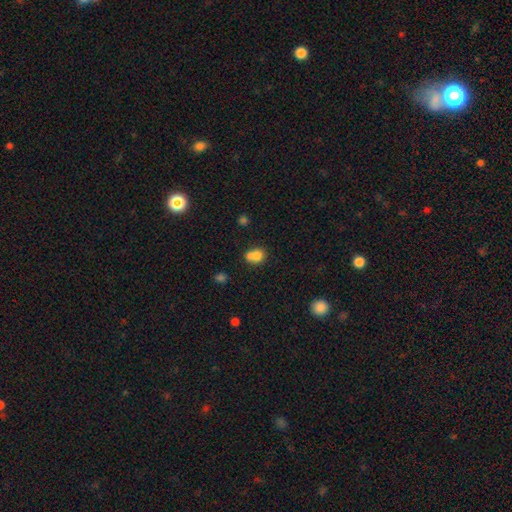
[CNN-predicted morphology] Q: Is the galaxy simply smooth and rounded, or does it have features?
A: smooth — 77%.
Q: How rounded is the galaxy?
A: round — 67%.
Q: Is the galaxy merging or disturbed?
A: merger — 49%.